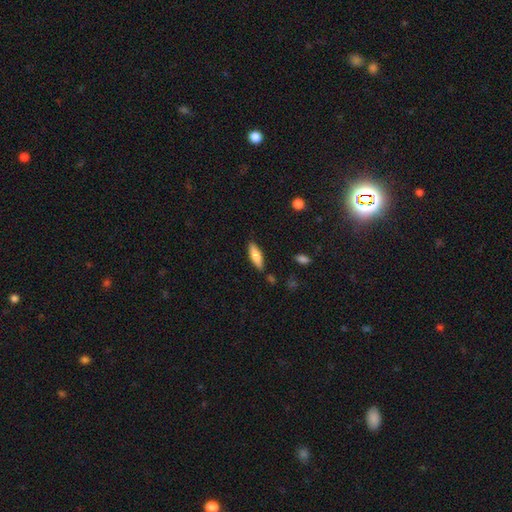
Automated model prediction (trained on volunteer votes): This appears to be a smooth galaxy with no disk features (74%) that is cigar-shaped (50%). Merging: none (83%).